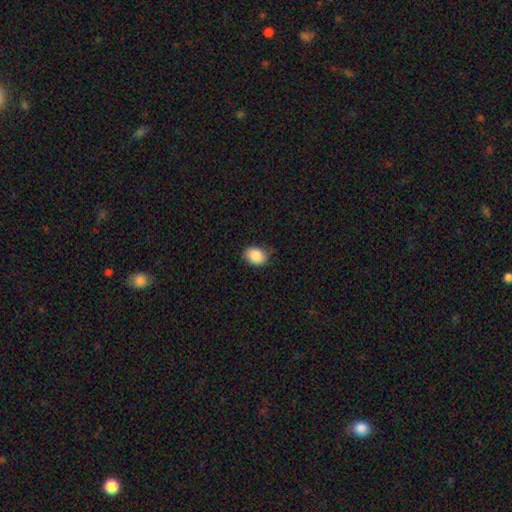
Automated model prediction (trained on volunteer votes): Morphology: type=smooth (88%); roundness=in between (62%); merging=none (76%).